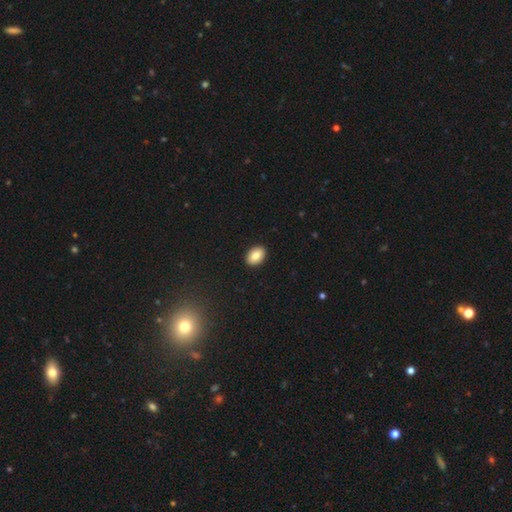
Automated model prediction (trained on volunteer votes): smooth 85%, star or artifact 8%, featured or disk 7%. Down the decision tree: how rounded — in between (86%); merging — none (91%).